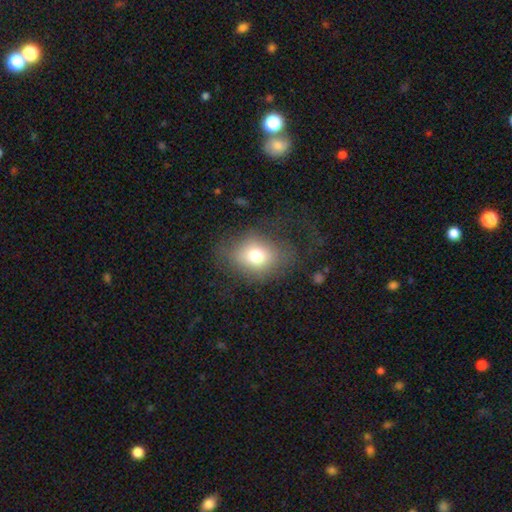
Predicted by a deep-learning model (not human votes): smooth-or-featured: smooth: 73% | featured or disk: 15% | star or artifact: 12%
  how-rounded: round: 52% | in between: 47% | cigar-shaped: 1%
  merging: none: 59% | major disturbance: 21% | minor disturbance: 19% | merger: 1%